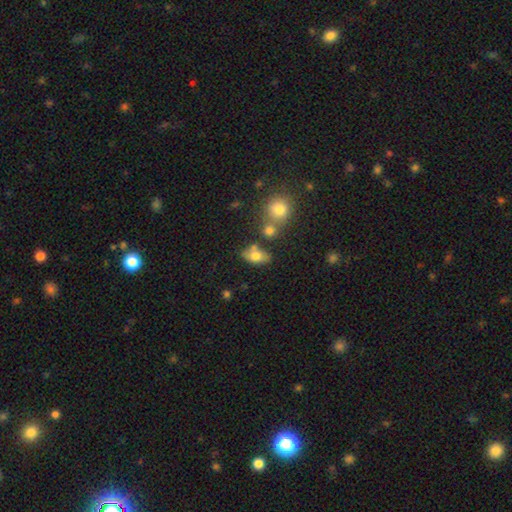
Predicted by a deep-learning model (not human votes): The model was most divided on "merging": none: 63%, merger: 16%, minor disturbance: 16%, major disturbance: 5%. More confident: how rounded — in between (85%); smooth or featured — smooth (74%).